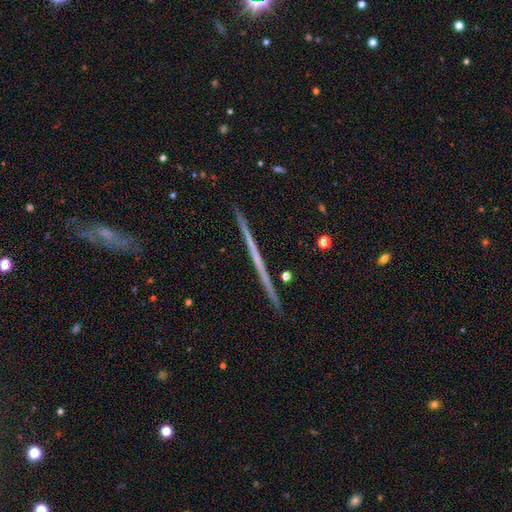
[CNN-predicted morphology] Smooth or featured? featured or disk (67%)
Edge-on disk? yes (98%)
Edge-on bulge? none (91%)
Merging? none (92%)